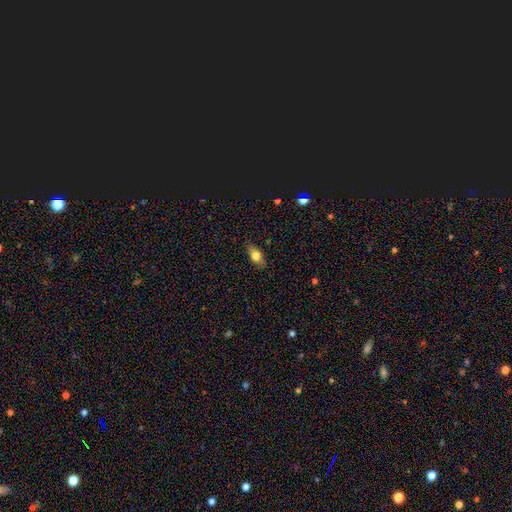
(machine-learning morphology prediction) type=smooth (73%); roundness=in between (79%); merging=none (82%).